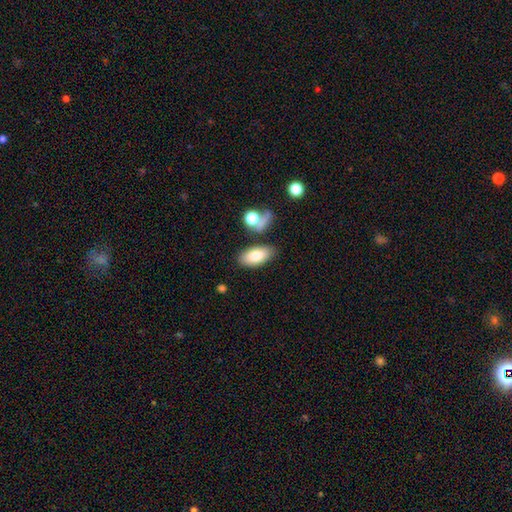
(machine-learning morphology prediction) smooth_or_featured: smooth (p=0.76) [alt: featured or disk p=0.16]
how_rounded: in between (p=0.92) [alt: cigar-shaped p=0.04]
merging: none (p=0.76) [alt: minor disturbance p=0.11]